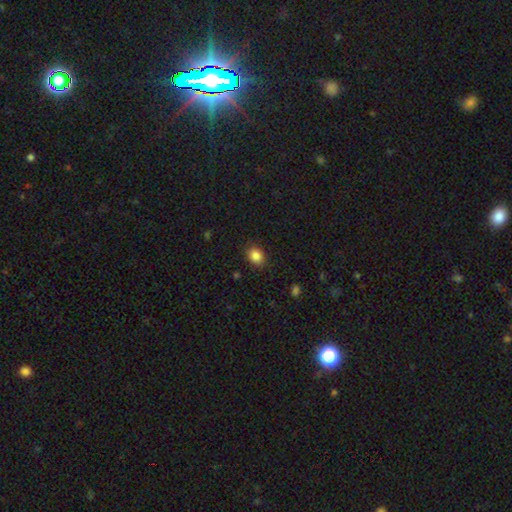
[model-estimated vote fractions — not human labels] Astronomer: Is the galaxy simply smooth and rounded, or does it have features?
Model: smooth — 86%.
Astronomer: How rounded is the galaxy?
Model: round — 50% (runner-up: in between, 49%).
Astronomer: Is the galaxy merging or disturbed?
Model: none — 87%.